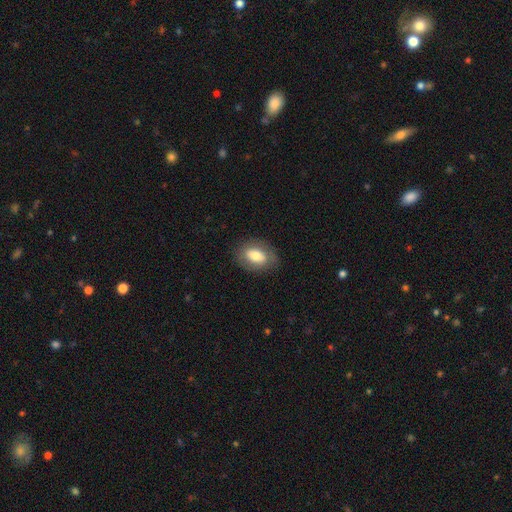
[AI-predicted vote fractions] This appears to be a smooth galaxy with no disk features (72%) that is in between round and cigar-shaped (83%). Merging: none (81%).